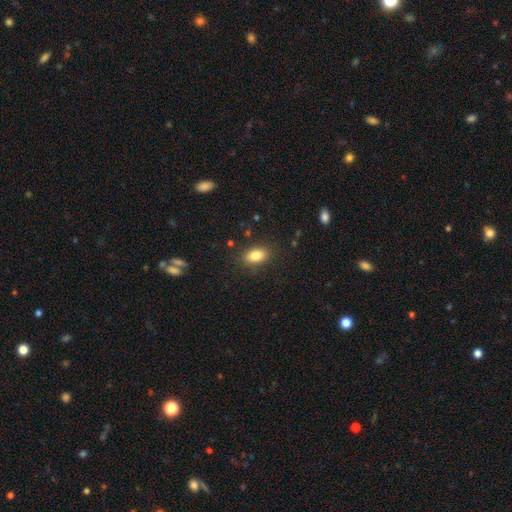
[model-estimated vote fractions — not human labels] smooth-or-featured: smooth: 83% | star or artifact: 9% | featured or disk: 8%
  how-rounded: in between: 87% | round: 9% | cigar-shaped: 3%
  merging: none: 85% | minor disturbance: 11% | major disturbance: 3% | merger: 1%